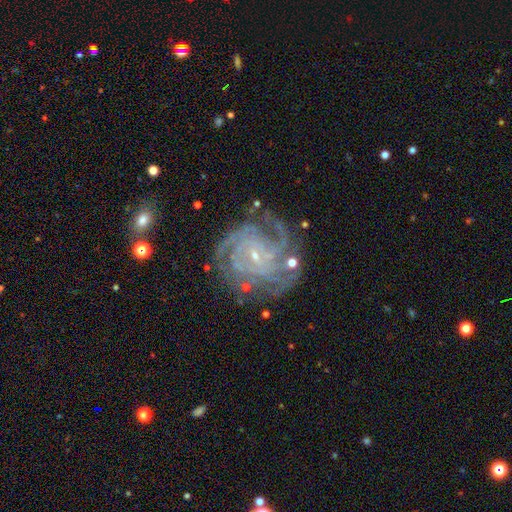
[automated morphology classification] smooth-or-featured: featured or disk: 88% | star or artifact: 7% | smooth: 5%
  disk-edge-on: no: 98% | yes: 2%
    bar: no: 66% | weak: 25% | strong: 9%
    has-spiral-arms: yes: 98% | no: 2%
      spiral-winding: tight: 72% | medium: 24% | loose: 4%
      spiral-arm-count: 4: 30% | 3: 21% | can't tell: 18% | more than 4: 13% | 2: 11% | 1: 7%
    bulge-size: small: 86% | moderate: 9% | none: 3% | large: 1% | dominant: 1%
  merging: none: 70% | minor disturbance: 18% | major disturbance: 9% | merger: 4%